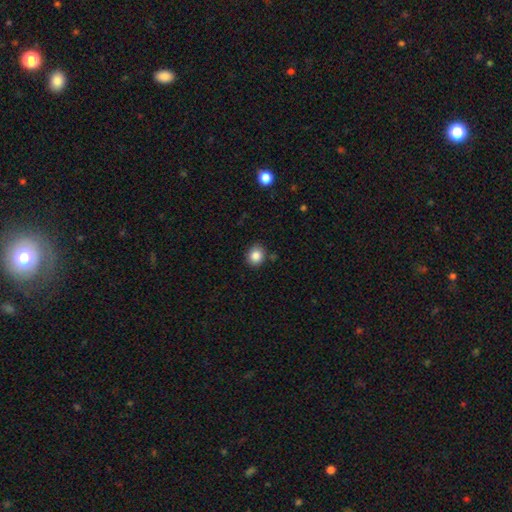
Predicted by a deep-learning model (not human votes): This appears to be a smooth galaxy with no disk features (85%) that is round (73%). Merging: none (84%).